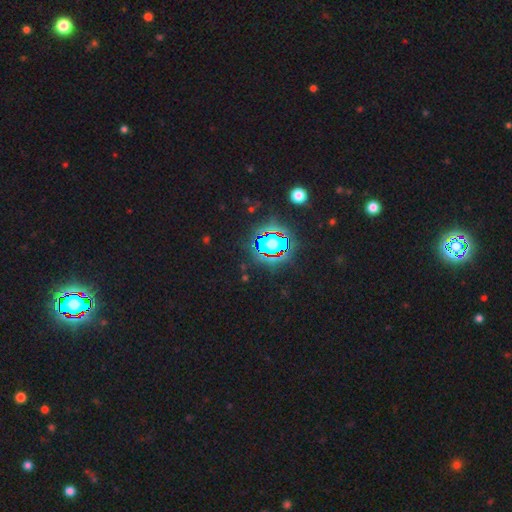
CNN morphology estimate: This appears to be a star or artifact, not a galaxy (85%).